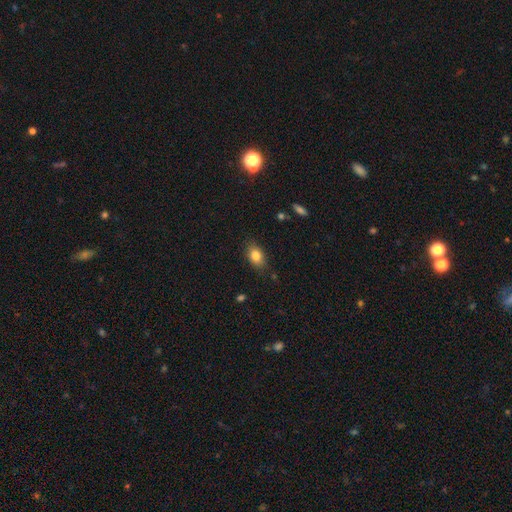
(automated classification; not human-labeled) Smooth or featured: smooth — 82% (featured or disk — 9%)
How rounded: in between — 82% (round — 15%)
Merging: none — 80% (minor disturbance — 15%)